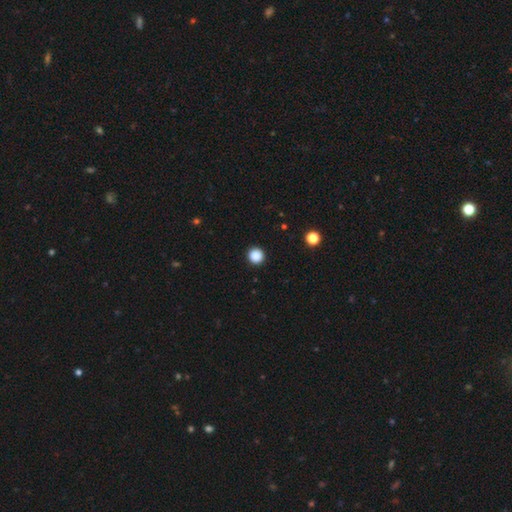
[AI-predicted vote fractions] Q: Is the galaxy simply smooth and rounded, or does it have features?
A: smooth — 87%.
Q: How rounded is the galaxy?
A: round — 95%.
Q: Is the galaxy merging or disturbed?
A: none — 93%.